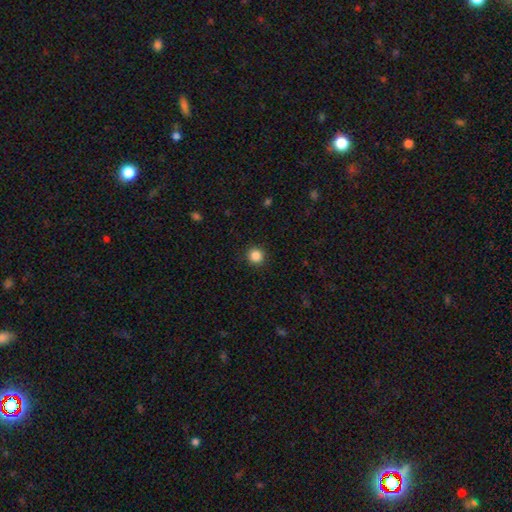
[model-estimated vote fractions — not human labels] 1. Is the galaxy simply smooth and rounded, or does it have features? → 86% smooth, 11% star or artifact, 3% featured or disk.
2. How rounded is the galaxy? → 95% round, 4% in between, 1% cigar-shaped.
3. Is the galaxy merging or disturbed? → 92% none, 5% minor disturbance, 2% major disturbance, 1% merger.